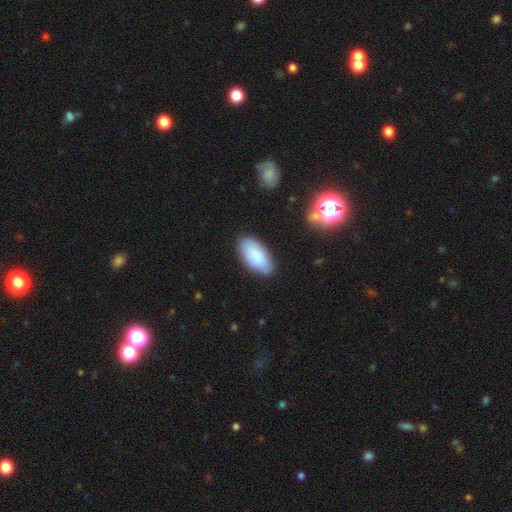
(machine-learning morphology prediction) smooth_or_featured: smooth (p=0.83) [alt: featured or disk p=0.10]
how_rounded: in between (p=0.94) [alt: cigar-shaped p=0.04]
merging: none (p=0.80) [alt: minor disturbance p=0.15]